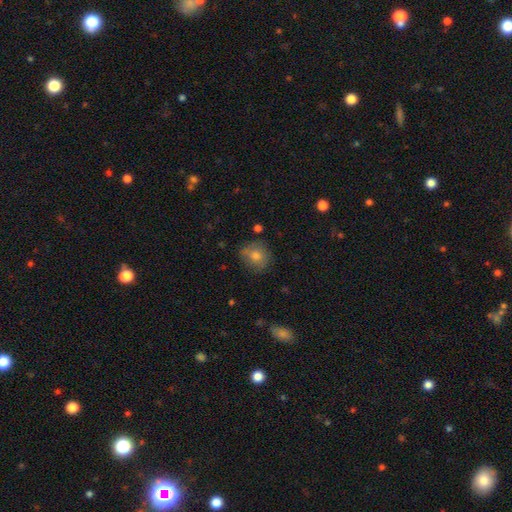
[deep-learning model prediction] Smooth or featured? Predicted: smooth (p=0.71). How rounded? Predicted: round (p=0.78). Merging? Predicted: none (p=0.77).